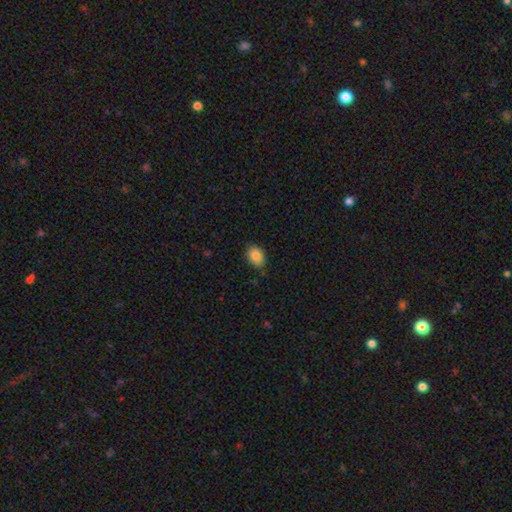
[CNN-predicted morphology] smooth-or-featured: smooth: 85% | star or artifact: 8% | featured or disk: 7%
  how-rounded: in between: 73% | round: 26% | cigar-shaped: 1%
  merging: none: 84% | minor disturbance: 13% | major disturbance: 2% | merger: 1%